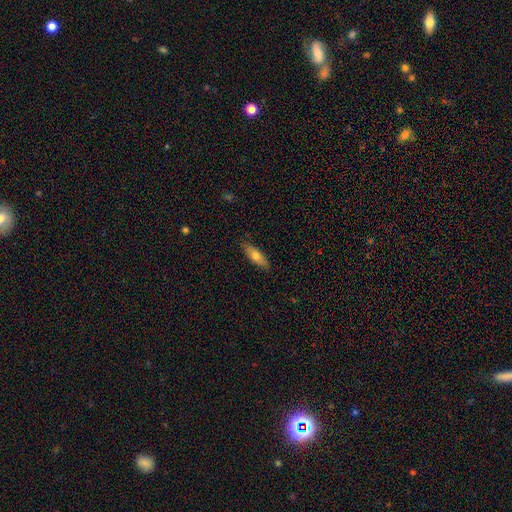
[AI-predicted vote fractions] smooth-or-featured: smooth: 69% | featured or disk: 25% | star or artifact: 6%
  how-rounded: in between: 58% | cigar-shaped: 40% | round: 2%
  merging: none: 87% | minor disturbance: 10% | major disturbance: 2% | merger: 1%